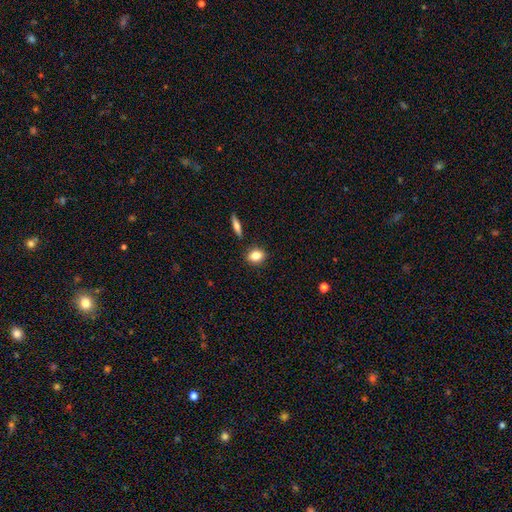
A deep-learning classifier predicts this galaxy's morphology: A smooth galaxy with no disk features (82%) that is in between round and cigar-shaped (59%).

Vote fractions:
- Smooth or featured? smooth: 82% / star or artifact: 9% / featured or disk: 9%
- How rounded? in between: 59% / round: 38% / cigar-shaped: 3%
- Merging? none: 85% / minor disturbance: 9% / merger: 3% / major disturbance: 2%